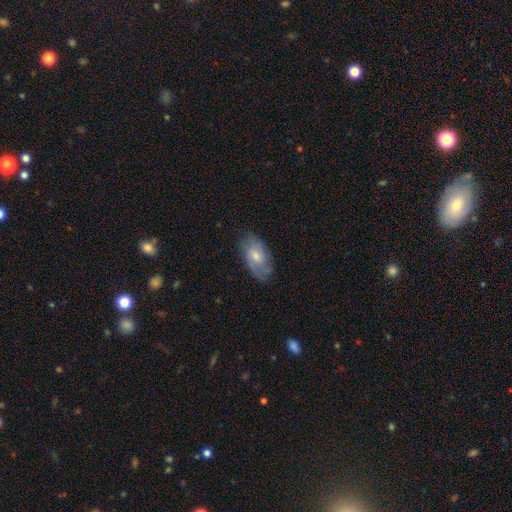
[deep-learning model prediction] smooth-or-featured: featured or disk: 48% | smooth: 45% | star or artifact: 7%
  merging: none: 72% | minor disturbance: 21% | major disturbance: 6% | merger: 1%